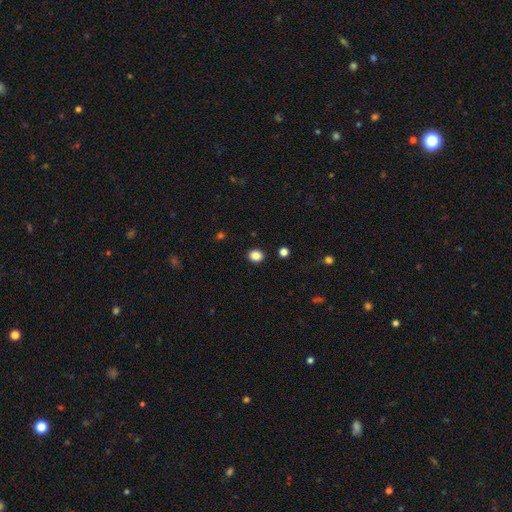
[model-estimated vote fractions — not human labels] smooth_or_featured: smooth (p=0.86) [alt: star or artifact p=0.11]
how_rounded: round (p=0.67) [alt: in between p=0.32]
merging: none (p=0.90) [alt: minor disturbance p=0.06]